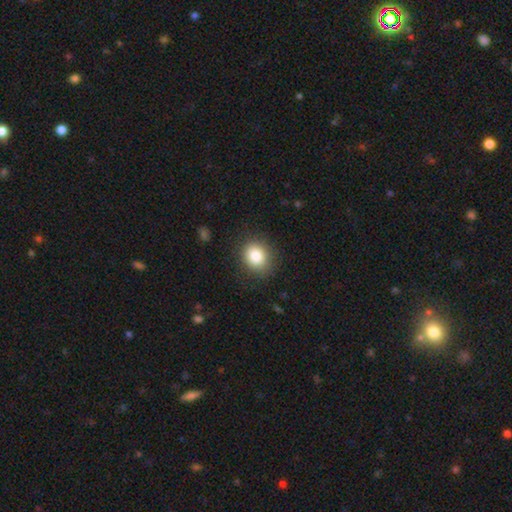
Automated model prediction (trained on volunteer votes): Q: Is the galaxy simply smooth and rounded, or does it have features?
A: smooth — 84%.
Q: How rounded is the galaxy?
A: round — 70%.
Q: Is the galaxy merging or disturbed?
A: none — 84%.